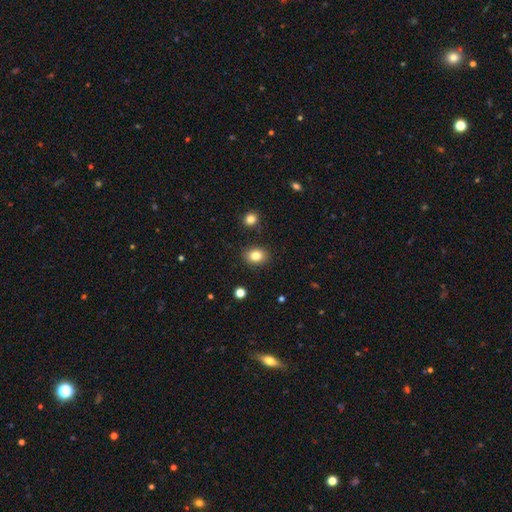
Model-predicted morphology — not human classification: Q: Smooth or featured?
A: smooth (83%); runner-up: star or artifact (10%)
Q: How rounded?
A: in between (55%); runner-up: round (44%)
Q: Merging?
A: none (87%); runner-up: minor disturbance (8%)